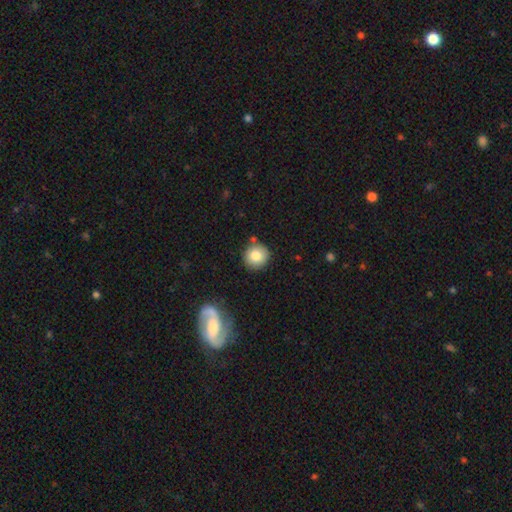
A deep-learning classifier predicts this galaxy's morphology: Smooth or featured?
  - smooth: 81% *
  - featured or disk: 10%
  - star or artifact: 9%
How rounded?
  - round: 92% *
  - in between: 7%
  - cigar-shaped: 1%
Merging?
  - none: 82% *
  - minor disturbance: 10%
  - merger: 5%
  - major disturbance: 3%